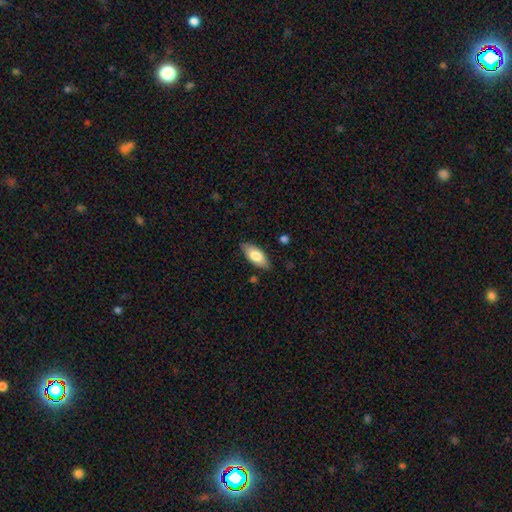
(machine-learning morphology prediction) A smooth galaxy with no disk features (77%) that is in between round and cigar-shaped (86%).

Vote fractions:
- Smooth or featured? smooth: 77% / featured or disk: 17% / star or artifact: 6%
- How rounded? in between: 86% / cigar-shaped: 12% / round: 2%
- Merging? none: 85% / minor disturbance: 12% / major disturbance: 2% / merger: 1%